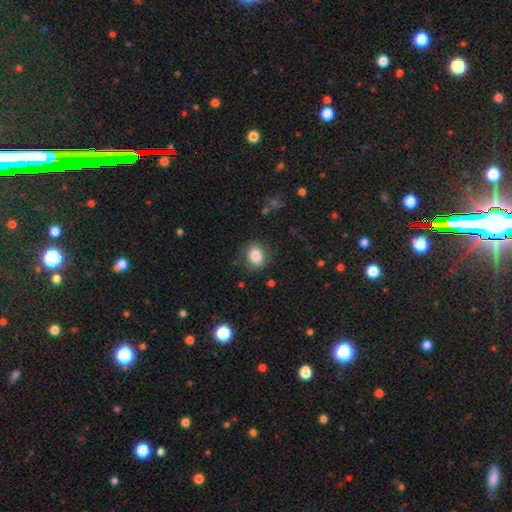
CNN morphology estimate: smooth-or-featured: smooth: 85% | star or artifact: 9% | featured or disk: 6%
  how-rounded: in between: 57% | round: 42% | cigar-shaped: 1%
  merging: none: 81% | minor disturbance: 13% | major disturbance: 4% | merger: 1%